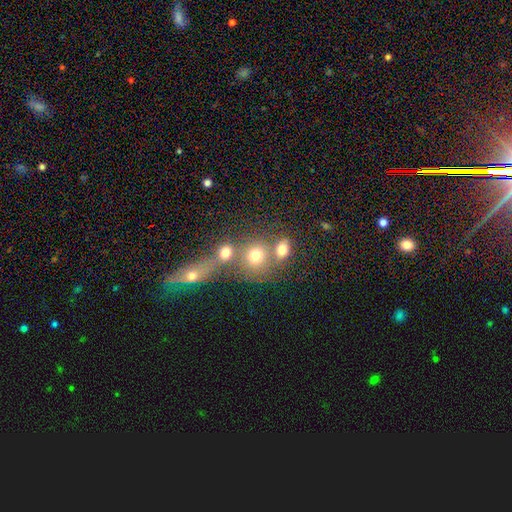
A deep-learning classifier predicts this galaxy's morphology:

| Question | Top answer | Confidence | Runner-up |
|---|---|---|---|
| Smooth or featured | smooth | 73% | star or artifact (14%) |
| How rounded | round | 76% | in between (23%) |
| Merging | none | 43% | tied: merger (43%) |